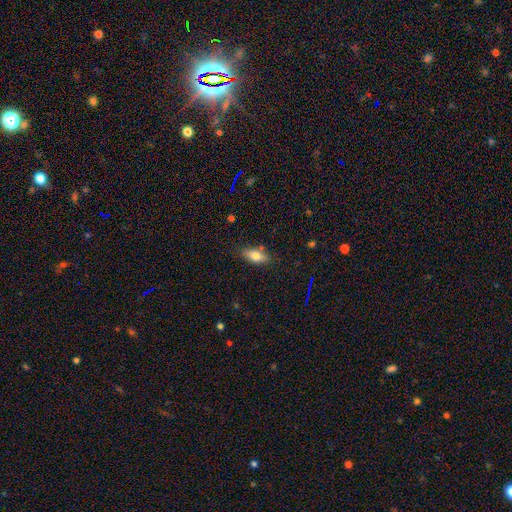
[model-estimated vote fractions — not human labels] A smooth galaxy with no disk features (75%) that is in between round and cigar-shaped (82%).

Vote fractions:
- Smooth or featured? smooth: 75% / featured or disk: 17% / star or artifact: 8%
- How rounded? in between: 82% / cigar-shaped: 15% / round: 4%
- Merging? none: 79% / minor disturbance: 15% / major disturbance: 3% / merger: 3%